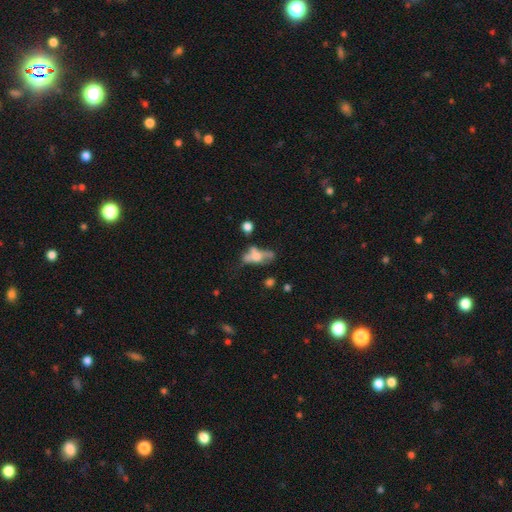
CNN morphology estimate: The model was most divided on "merging": none: 28%, major disturbance: 27%, merger: 26%, minor disturbance: 18%. Remaining: smooth or featured — smooth (44%).